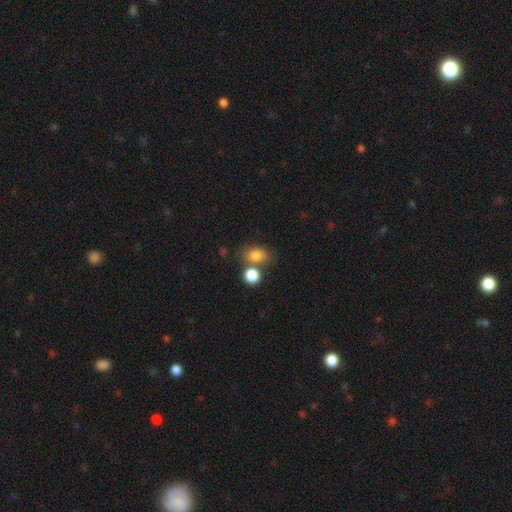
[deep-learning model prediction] smooth 81%, star or artifact 11%, featured or disk 8%. Down the decision tree: how rounded — in between (64%); merging — none (54%).